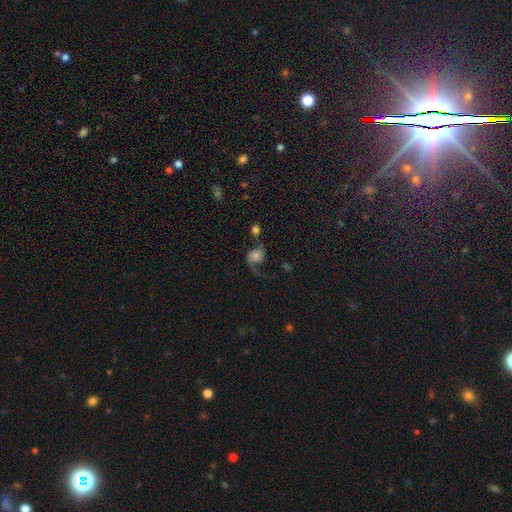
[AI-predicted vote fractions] smooth-or-featured: featured or disk: 61% | smooth: 28% | star or artifact: 11%
  disk-edge-on: no: 97% | yes: 3%
    bar: no: 77% | weak: 20% | strong: 4%
    has-spiral-arms: yes: 90% | no: 10%
      spiral-winding: loose: 68% | medium: 25% | tight: 8%
      spiral-arm-count: 2: 54% | 1: 41% | can't tell: 3% | 3: 1% | 4: 1% | more than 4: 1%
    bulge-size: moderate: 45% | small: 30% | large: 15% | none: 6% | dominant: 4%
  merging: none: 38% | major disturbance: 29% | minor disturbance: 18% | merger: 15%